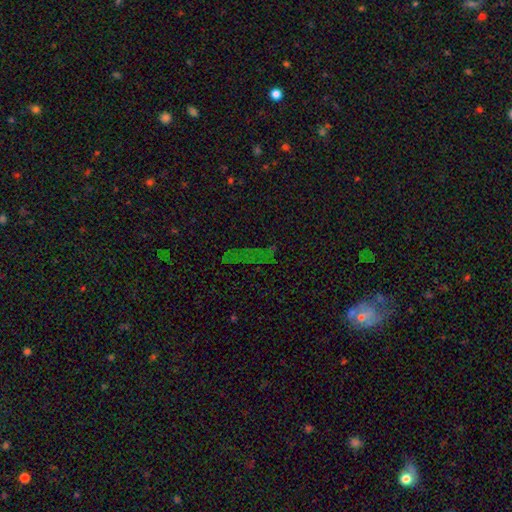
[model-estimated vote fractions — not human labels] Smooth or featured? Predicted: star or artifact (p=0.59).